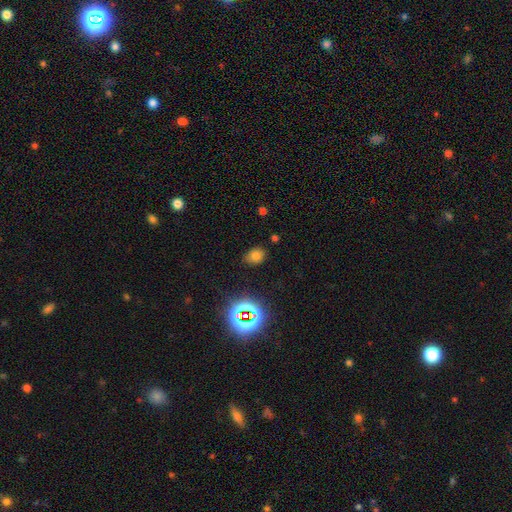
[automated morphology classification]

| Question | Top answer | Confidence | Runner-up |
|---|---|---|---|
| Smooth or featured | smooth | 68% | star or artifact (24%) |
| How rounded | in between | 63% | round (36%) |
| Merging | none | 79% | minor disturbance (15%) |